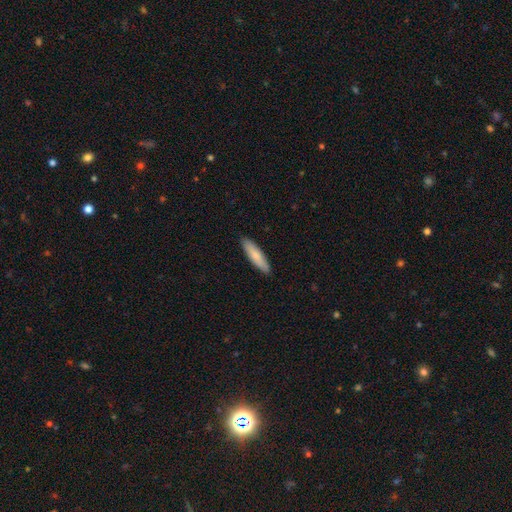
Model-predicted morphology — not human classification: This is likely a smooth galaxy (79%). How rounded: likely cigar-shaped (72%). Merging: clearly none (89%).